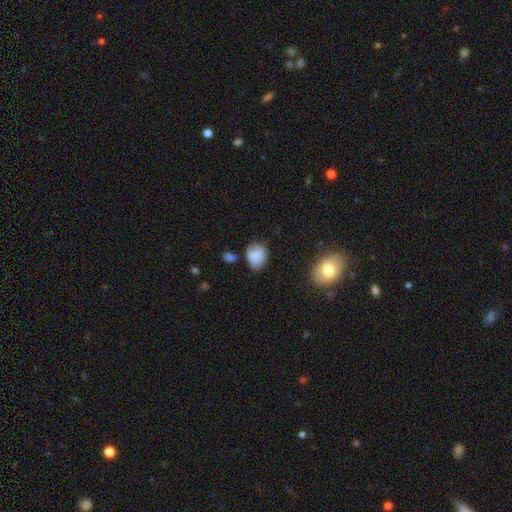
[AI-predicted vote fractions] Q: Smooth or featured?
A: smooth (81%); runner-up: featured or disk (11%)
Q: How rounded?
A: in between (50%); runner-up: round (49%)
Q: Merging?
A: none (62%); runner-up: minor disturbance (26%)